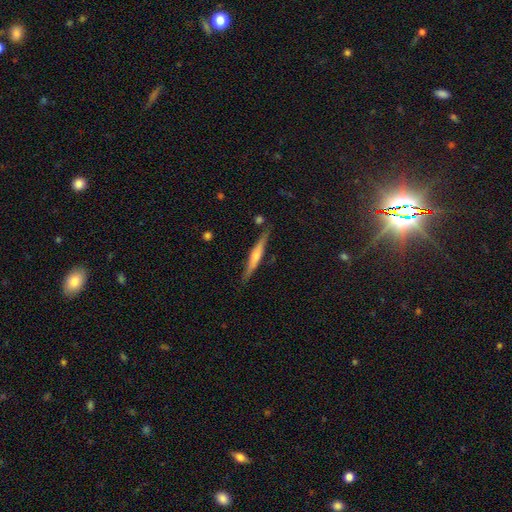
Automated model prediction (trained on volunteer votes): Q: Smooth or featured?
A: featured or disk (71%); runner-up: smooth (21%)
Q: Edge-on disk?
A: yes (97%); runner-up: no (3%)
Q: Edge-on bulge?
A: rounded (79%); runner-up: none (11%)
Q: Merging?
A: none (87%); runner-up: minor disturbance (9%)